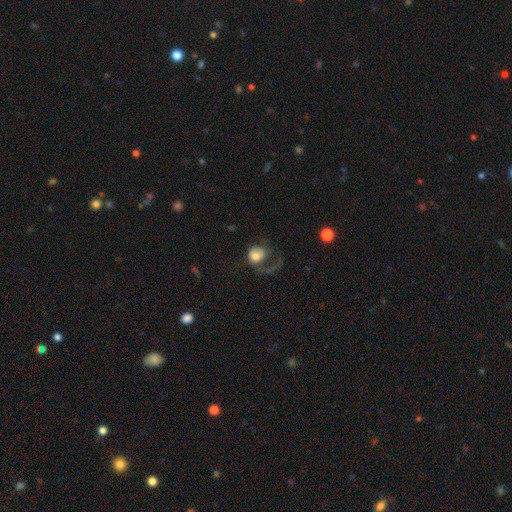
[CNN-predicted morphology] smooth-or-featured: smooth: 60% | featured or disk: 31% | star or artifact: 9%
  how-rounded: round: 68% | in between: 31% | cigar-shaped: 1%
  merging: major disturbance: 57% | none: 25% | minor disturbance: 14% | merger: 4%